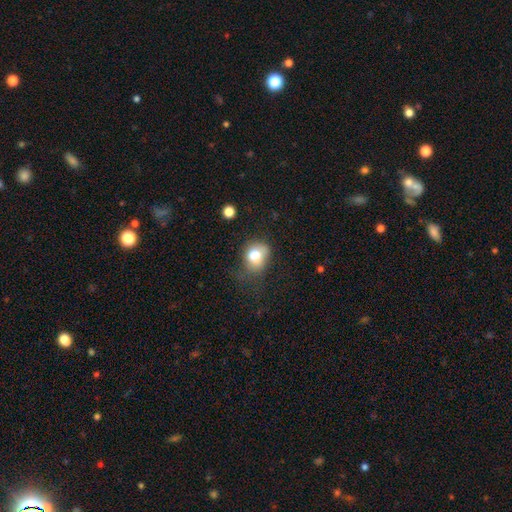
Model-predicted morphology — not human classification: A smooth galaxy with no disk features (78%) that is round (55%).

Vote fractions:
- Smooth or featured? smooth: 78% / featured or disk: 12% / star or artifact: 10%
- How rounded? round: 55% / in between: 44% / cigar-shaped: 1%
- Merging? none: 42% / minor disturbance: 33% / major disturbance: 21% / merger: 4%